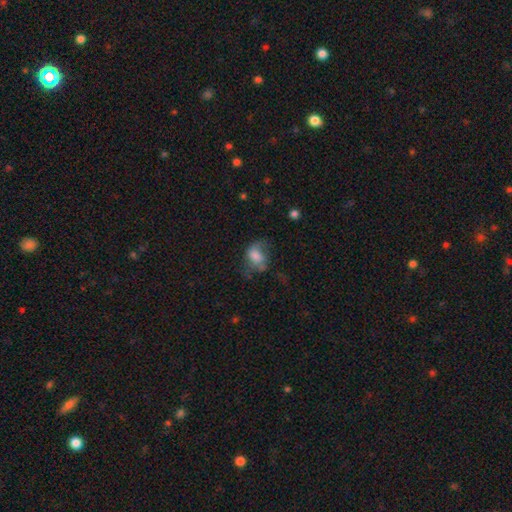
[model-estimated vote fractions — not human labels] A smooth galaxy with no disk features (65%) that is in between round and cigar-shaped (72%). Merging: none (37%).